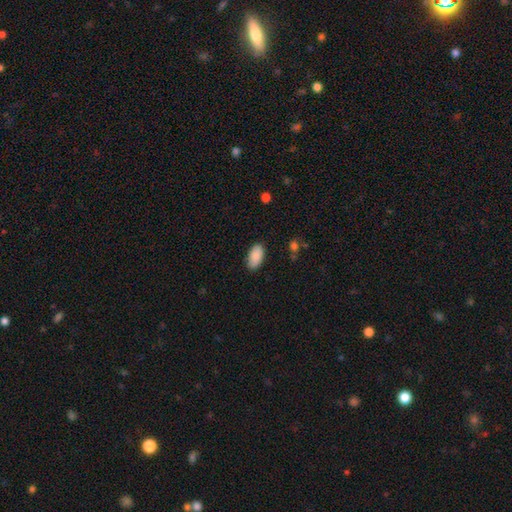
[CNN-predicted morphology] This appears to be a smooth galaxy with no disk features (88%) that is in between round and cigar-shaped (95%). Merging: none (85%).